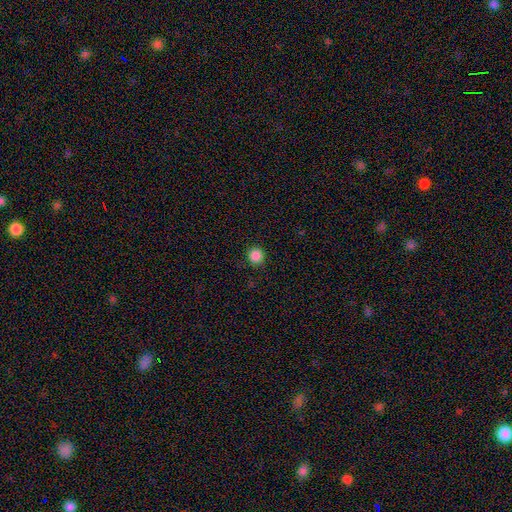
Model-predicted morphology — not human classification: The model was most divided on "smooth or featured": smooth: 86%, star or artifact: 11%, featured or disk: 3%. More confident: how rounded — round (94%); merging — none (91%).